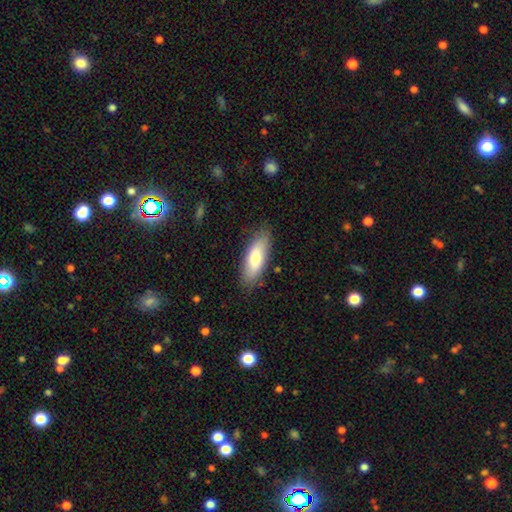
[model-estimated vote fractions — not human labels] A smooth galaxy with no disk features (76%) that is in between round and cigar-shaped (65%).

Vote fractions:
- Smooth or featured? smooth: 76% / featured or disk: 19% / star or artifact: 6%
- How rounded? in between: 65% / cigar-shaped: 33% / round: 2%
- Merging? none: 84% / minor disturbance: 12% / major disturbance: 3% / merger: 1%